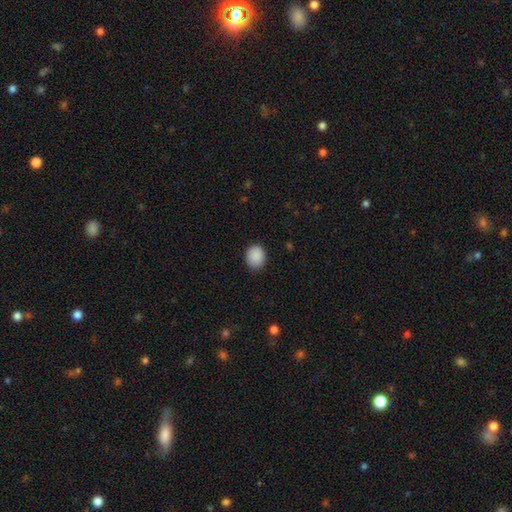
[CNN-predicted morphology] Overall: smooth (90%). How rounded: round (59%; in between 40%). Merging: none (87%).